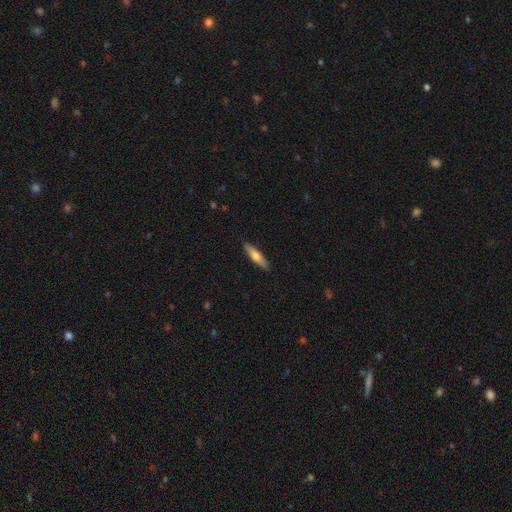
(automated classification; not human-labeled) Morphology: type=smooth (65%); roundness=cigar-shaped (77%); merging=none (90%).